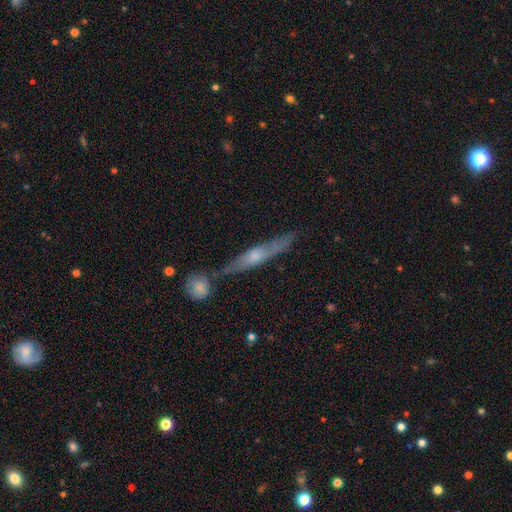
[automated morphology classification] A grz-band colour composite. It shows a featured or disk galaxy (60%) viewed edge-on (89%) with a rounded central bulge (68%). Merging: none (69%).